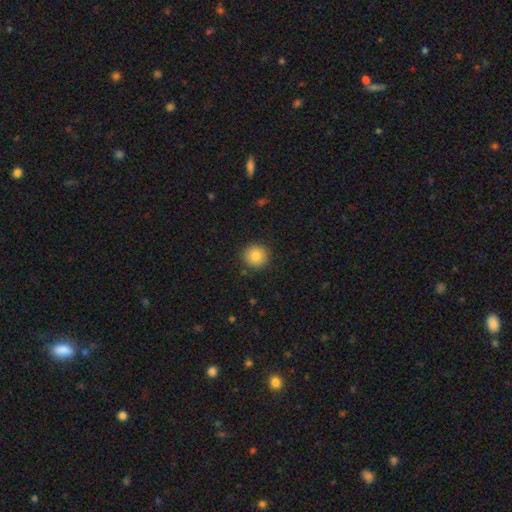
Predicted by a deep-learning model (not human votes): smooth_or_featured: smooth (p=0.84) [alt: star or artifact p=0.10]
how_rounded: round (p=0.95) [alt: in between p=0.04]
merging: none (p=0.91) [alt: minor disturbance p=0.06]